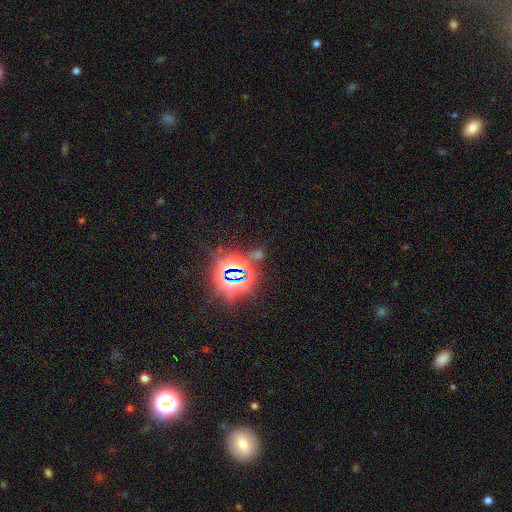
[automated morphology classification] Overall: star or artifact (77%).